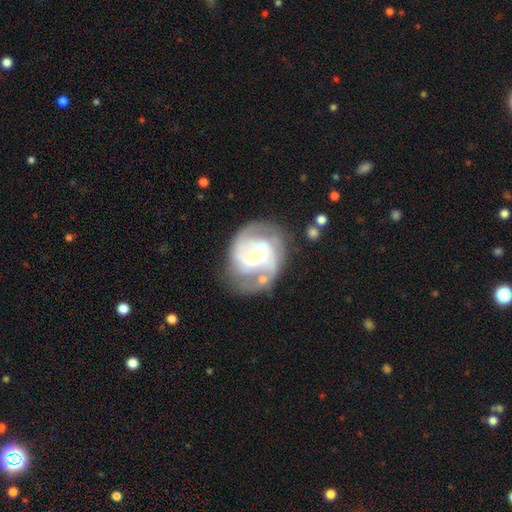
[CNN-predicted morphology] smooth-or-featured: featured or disk: 81% | smooth: 13% | star or artifact: 6%
  disk-edge-on: no: 98% | yes: 2%
    bar: no: 58% | weak: 33% | strong: 9%
    has-spiral-arms: yes: 90% | no: 10%
      spiral-winding: tight: 46% | medium: 41% | loose: 13%
      spiral-arm-count: 2: 56% | can't tell: 21% | 3: 13% | 1: 4% | 4: 3% | more than 4: 3%
    bulge-size: small: 62% | moderate: 32% | large: 3% | none: 2% | dominant: 1%
  merging: none: 60% | minor disturbance: 20% | major disturbance: 13% | merger: 7%